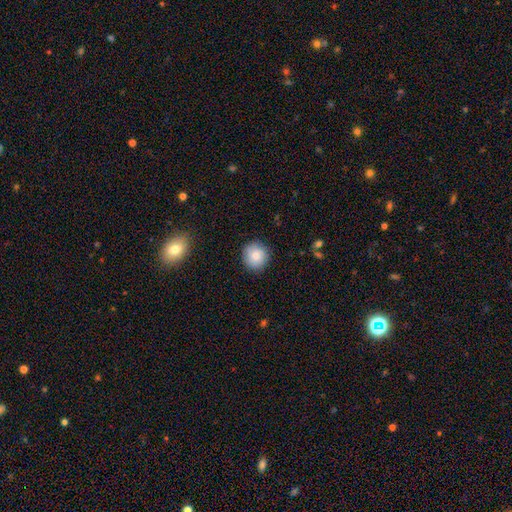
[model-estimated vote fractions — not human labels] smooth-or-featured: smooth: 82% | featured or disk: 10% | star or artifact: 8%
  how-rounded: round: 93% | in between: 6% | cigar-shaped: 1%
  merging: none: 88% | minor disturbance: 9% | major disturbance: 2% | merger: 1%